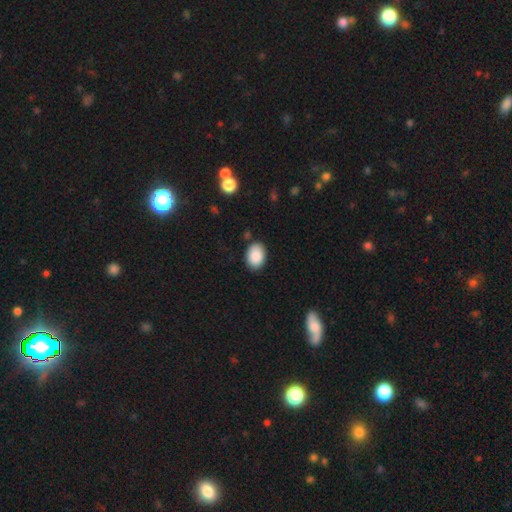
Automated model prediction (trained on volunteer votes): Morphology: type=smooth (90%); roundness=in between (80%); merging=none (84%).